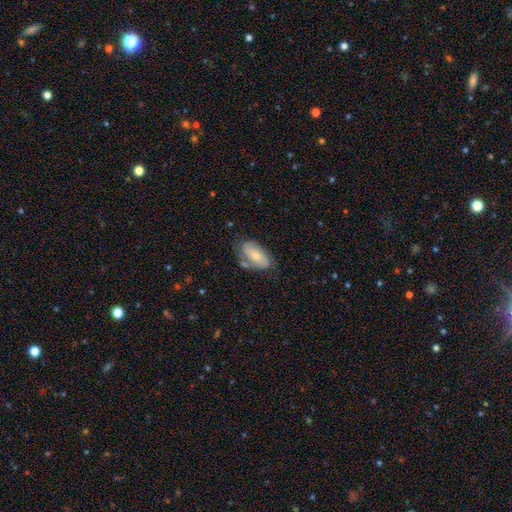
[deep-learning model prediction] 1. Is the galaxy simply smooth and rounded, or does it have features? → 50% smooth, 43% featured or disk, 7% star or artifact.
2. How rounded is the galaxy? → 90% in between, 5% cigar-shaped, 4% round.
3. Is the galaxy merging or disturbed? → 57% none, 24% minor disturbance, 11% merger, 9% major disturbance.